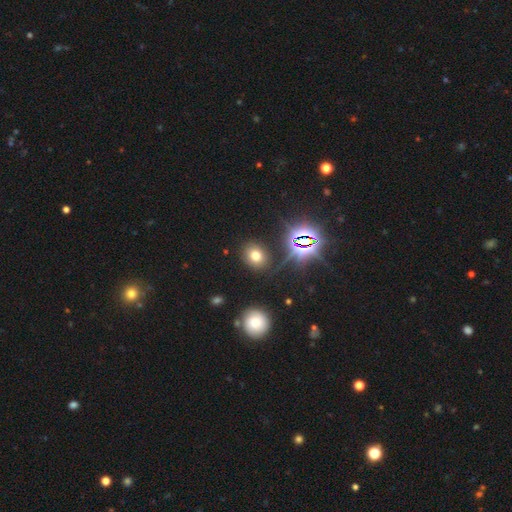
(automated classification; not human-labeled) smooth_or_featured: smooth (p=0.67) [alt: star or artifact p=0.23]
how_rounded: round (p=0.60) [alt: in between p=0.39]
merging: none (p=0.85) [alt: minor disturbance p=0.09]